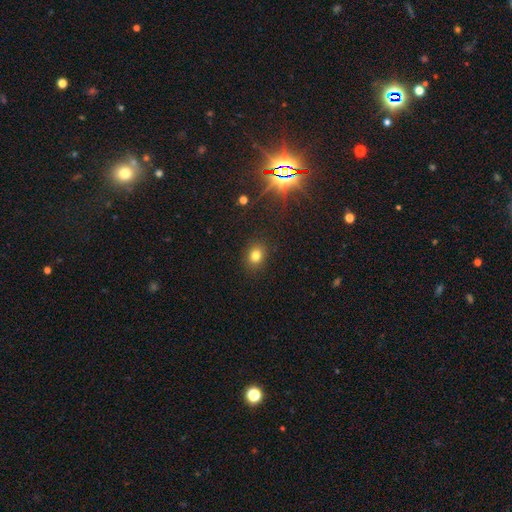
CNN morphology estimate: A smooth galaxy with no disk features (78%) that is round (57%).

Vote fractions:
- Smooth or featured? smooth: 78% / star or artifact: 15% / featured or disk: 7%
- How rounded? round: 57% / in between: 42% / cigar-shaped: 1%
- Merging? none: 88% / minor disturbance: 8% / major disturbance: 3% / merger: 1%